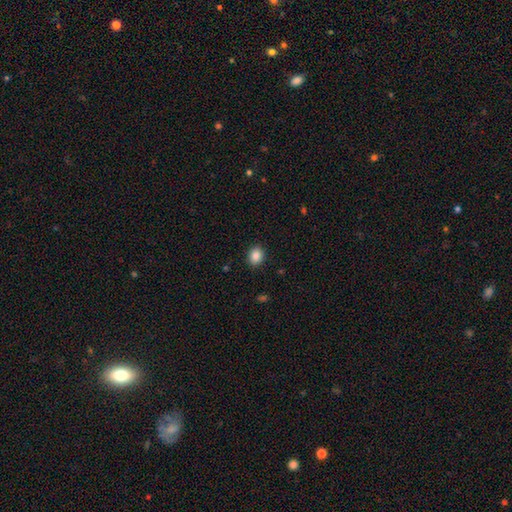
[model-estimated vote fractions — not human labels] This appears to be a smooth galaxy with no disk features (86%) that is round (57%). Merging: none (91%).